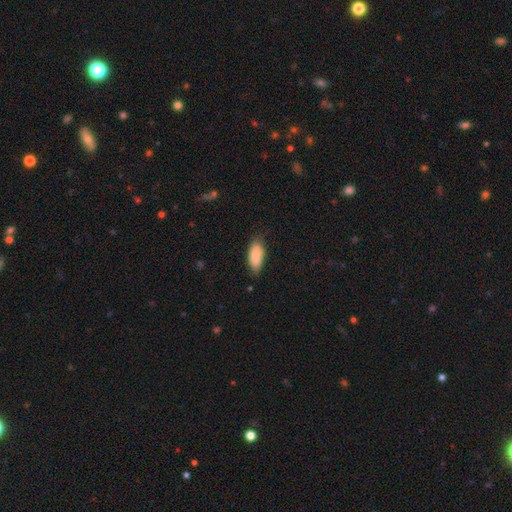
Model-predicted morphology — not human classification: type=smooth (82%); roundness=in between (88%); merging=none (74%).